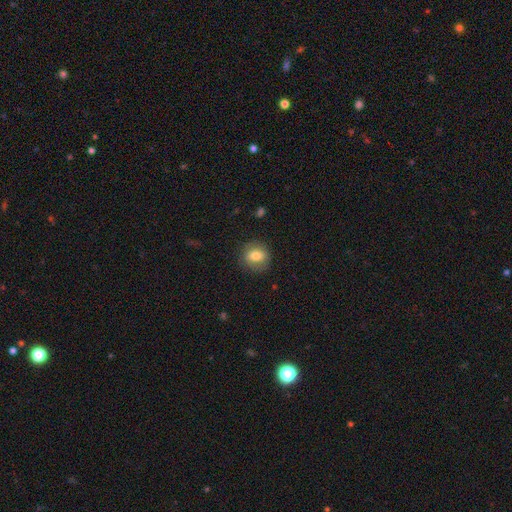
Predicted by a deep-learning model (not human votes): Smooth or featured: smooth — 75% (featured or disk — 16%)
How rounded: round — 74% (in between — 25%)
Merging: none — 83% (minor disturbance — 12%)